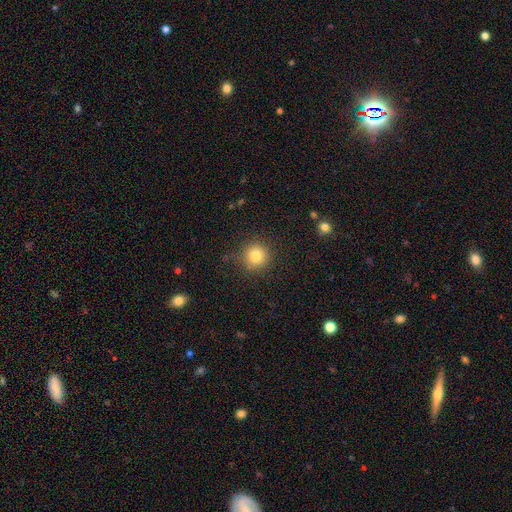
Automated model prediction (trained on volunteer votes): smooth_or_featured: smooth (p=0.81) [alt: star or artifact p=0.12]
how_rounded: round (p=0.94) [alt: in between p=0.05]
merging: none (p=0.88) [alt: minor disturbance p=0.08]